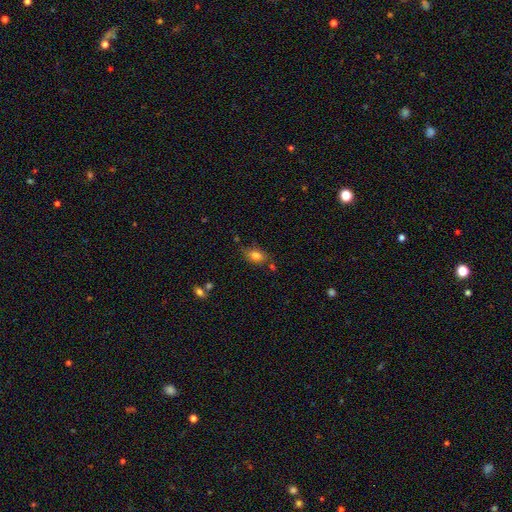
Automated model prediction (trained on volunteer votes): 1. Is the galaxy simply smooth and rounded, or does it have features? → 81% smooth, 10% star or artifact, 9% featured or disk.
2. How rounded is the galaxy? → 81% in between, 16% round, 3% cigar-shaped.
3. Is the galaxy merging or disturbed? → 71% none, 18% minor disturbance, 6% merger, 4% major disturbance.